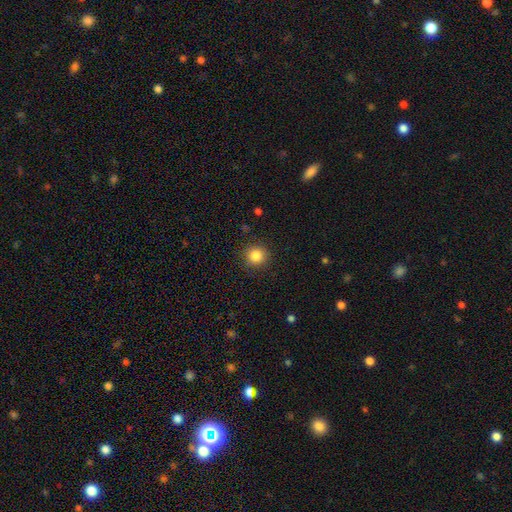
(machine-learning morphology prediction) Smooth or featured: smooth — 85% (star or artifact — 11%)
How rounded: round — 92% (in between — 7%)
Merging: none — 89% (minor disturbance — 7%)